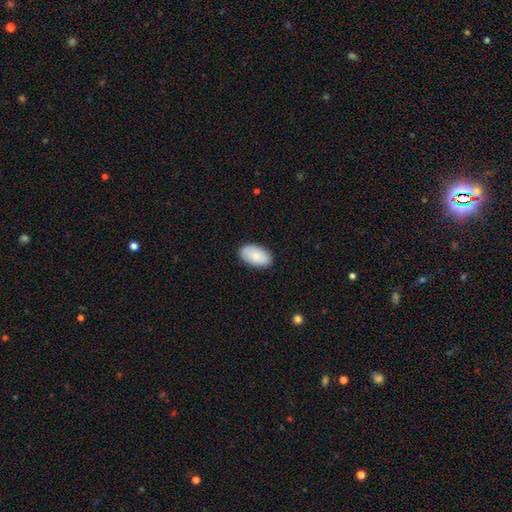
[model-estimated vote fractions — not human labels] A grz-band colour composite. It shows a smooth galaxy with no disk features (85%) that is in between round and cigar-shaped (95%). Merging: none (87%).